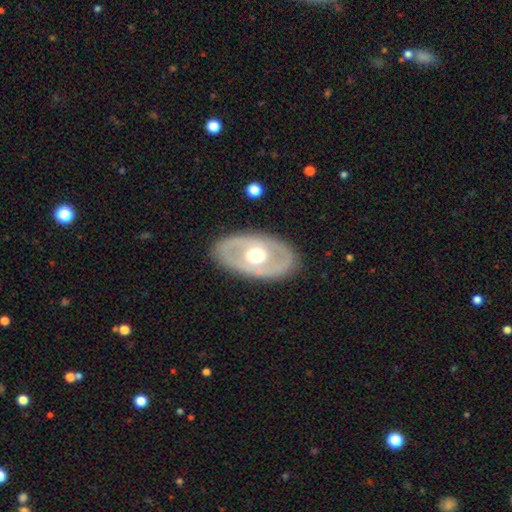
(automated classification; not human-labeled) Overall: featured or disk (63%; smooth 32%). Edge-on disk: no (88%). Bar: no (83%). Spiral arms: no (83%). Bulge size: moderate (69%). Merging: none (84%).